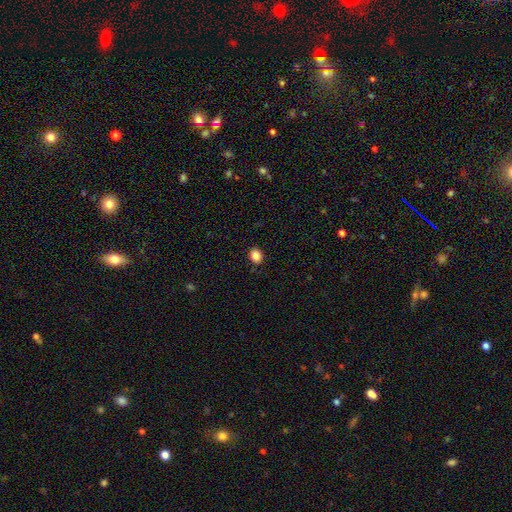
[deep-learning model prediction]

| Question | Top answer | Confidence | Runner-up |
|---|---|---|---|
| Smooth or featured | smooth | 86% | star or artifact (10%) |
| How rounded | round | 53% | in between (47%) |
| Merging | none | 89% | minor disturbance (8%) |